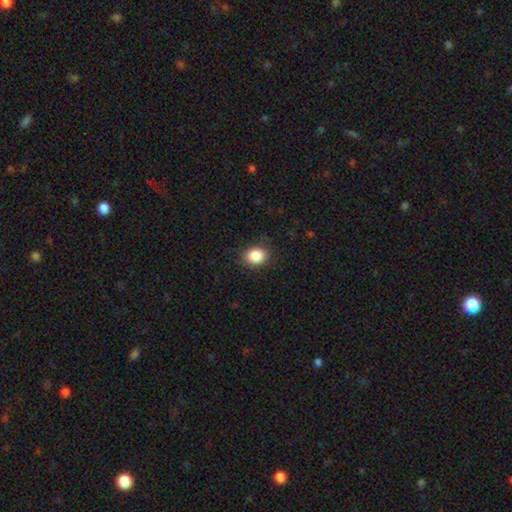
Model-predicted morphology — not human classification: This appears to be a smooth galaxy with no disk features (87%) that is round (59%). Merging: none (85%).